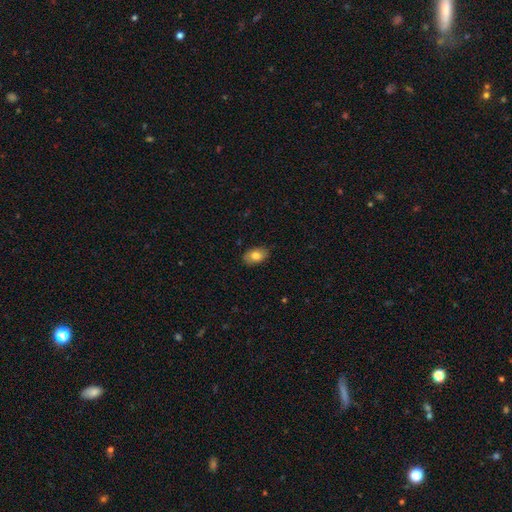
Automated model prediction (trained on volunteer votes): A smooth galaxy with no disk features (79%) that is in between round and cigar-shaped (90%). Merging: none (85%).